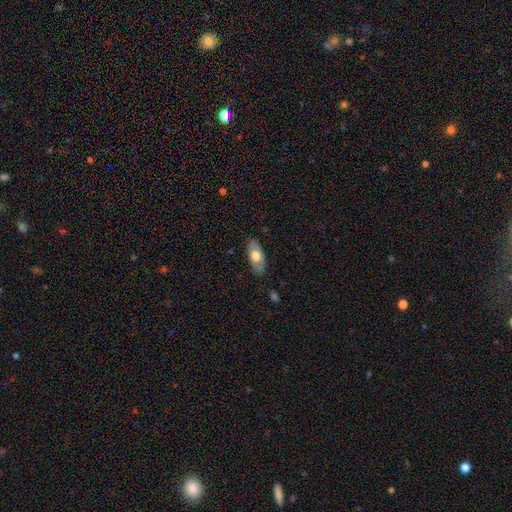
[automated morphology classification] Smooth or featured? Predicted: smooth (p=0.64). How rounded? Predicted: in between (p=0.88). Merging? Predicted: none (p=0.83).